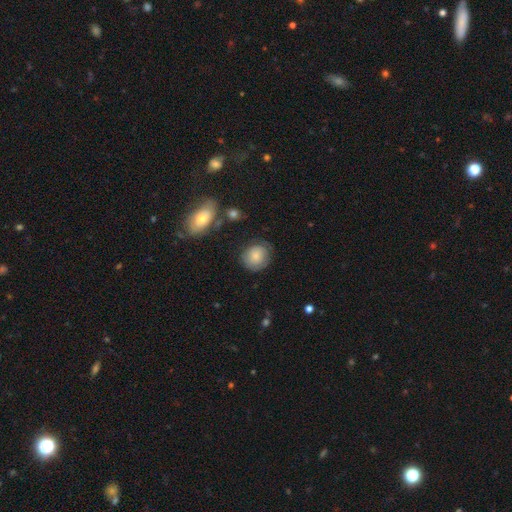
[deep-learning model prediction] Overall: smooth (79%). How rounded: round (75%). Merging: none (73%).